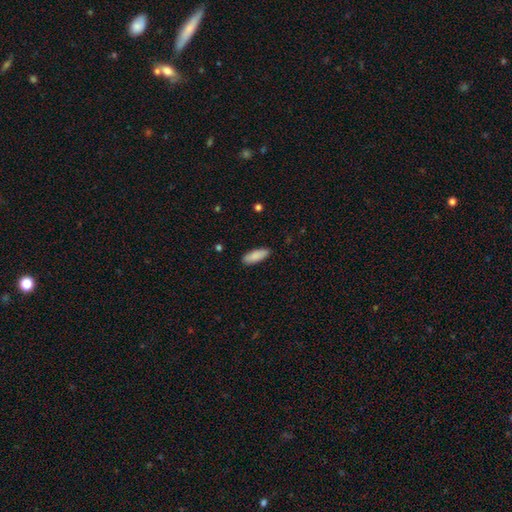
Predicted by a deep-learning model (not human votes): Smooth or featured? smooth (89%)
How rounded? in between (68%)
Merging? none (88%)